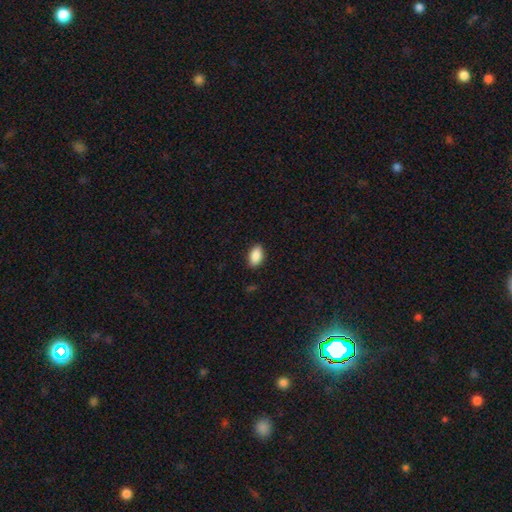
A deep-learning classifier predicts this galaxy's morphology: Overall: smooth (89%). How rounded: in between (93%). Merging: none (88%).